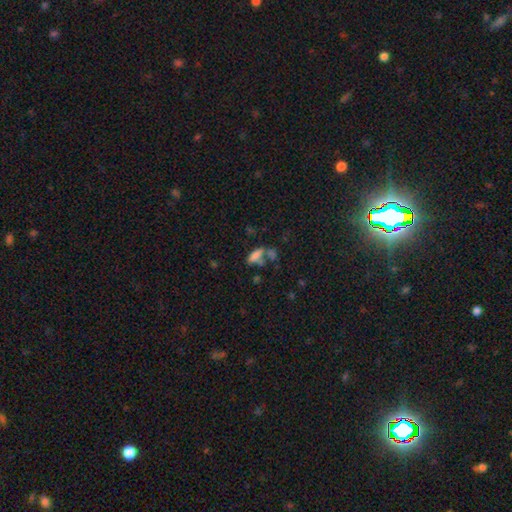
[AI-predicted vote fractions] A smooth galaxy with no disk features (71%) that is in between round and cigar-shaped (69%). Merging: merger (37%, tied with none).